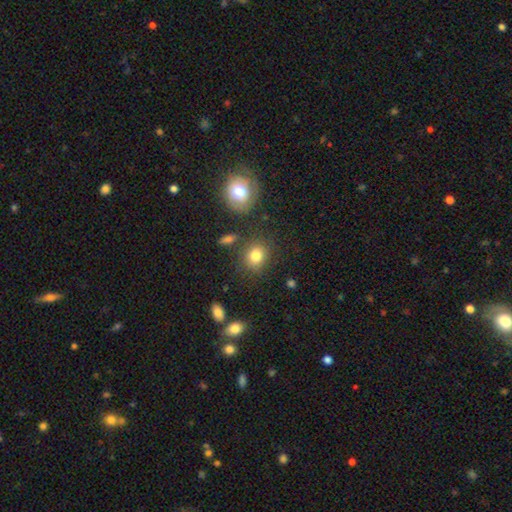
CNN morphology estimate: Smooth or featured?
  - smooth: 81% *
  - star or artifact: 11%
  - featured or disk: 8%
How rounded?
  - round: 70% *
  - in between: 29%
  - cigar-shaped: 1%
Merging?
  - none: 79% *
  - minor disturbance: 11%
  - merger: 5%
  - major disturbance: 4%